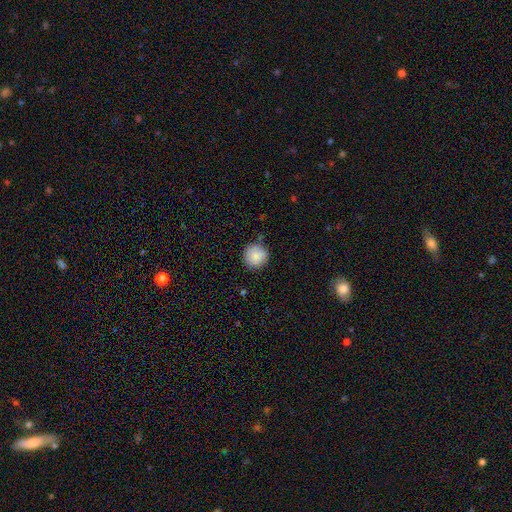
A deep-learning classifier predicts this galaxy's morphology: Overall: smooth (86%). How rounded: round (95%). Merging: none (86%).